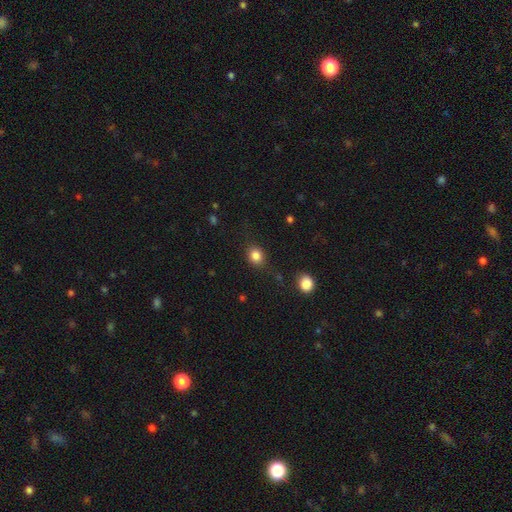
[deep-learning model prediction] Smooth or featured?
  - smooth: 84% *
  - star or artifact: 11%
  - featured or disk: 5%
How rounded?
  - round: 65% *
  - in between: 34%
  - cigar-shaped: 1%
Merging?
  - none: 82% *
  - minor disturbance: 12%
  - major disturbance: 4%
  - merger: 2%